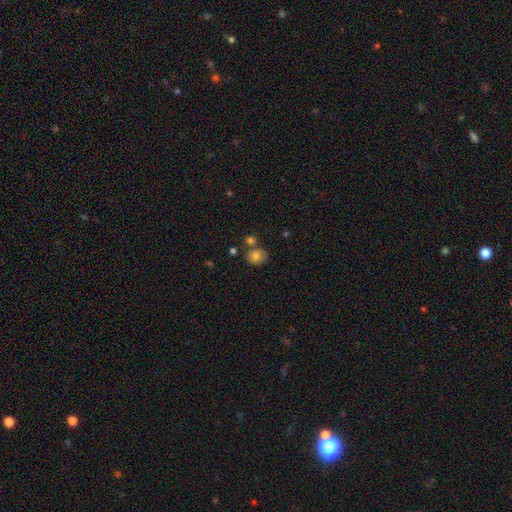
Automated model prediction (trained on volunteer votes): This appears to be a smooth galaxy with no disk features (77%) that is round (68%). Merging: none (65%).